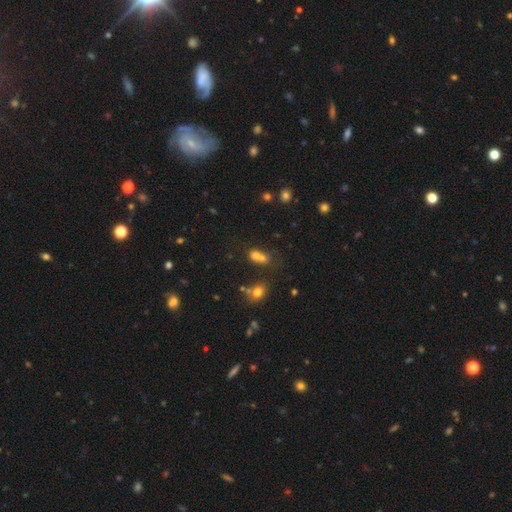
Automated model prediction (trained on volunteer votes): This is likely a smooth galaxy (67%). How rounded: possibly in between (54%). Merging: possibly merger (57%).